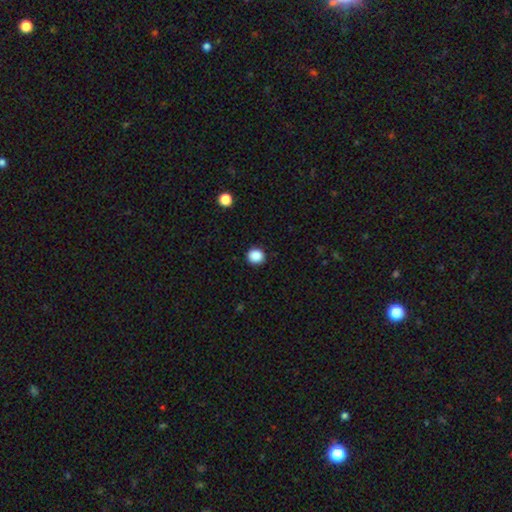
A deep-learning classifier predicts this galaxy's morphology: A smooth galaxy with no disk features (88%) that is round (90%). Merging: none (92%).